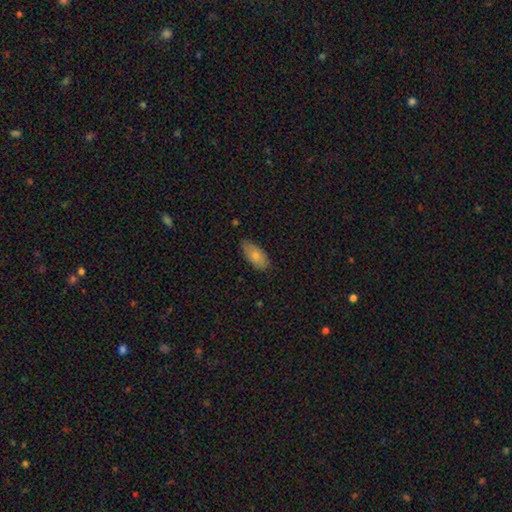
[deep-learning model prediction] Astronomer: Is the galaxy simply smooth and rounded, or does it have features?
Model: smooth — 76%.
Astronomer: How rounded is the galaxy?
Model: in between — 90%.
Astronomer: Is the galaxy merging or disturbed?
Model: none — 73%.